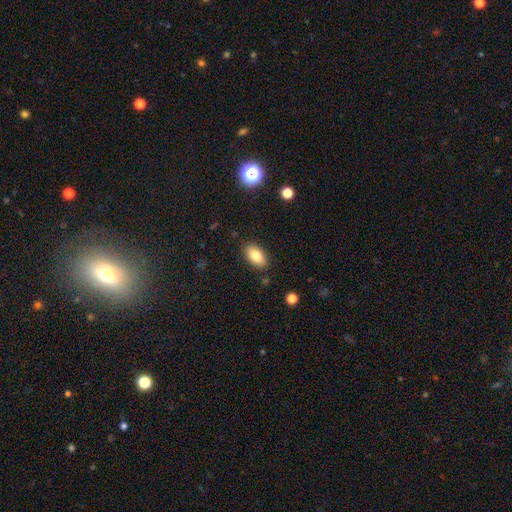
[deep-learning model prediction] Q: Smooth or featured?
A: smooth (83%); runner-up: featured or disk (9%)
Q: How rounded?
A: in between (93%); runner-up: round (5%)
Q: Merging?
A: none (87%); runner-up: minor disturbance (9%)